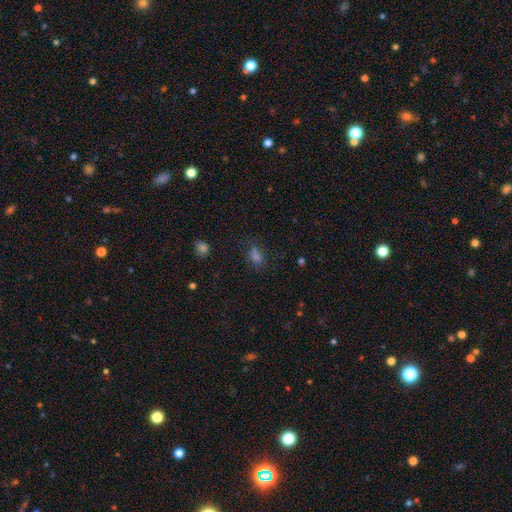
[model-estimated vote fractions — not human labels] The model was most divided on "smooth or featured": smooth: 63%, star or artifact: 27%, featured or disk: 10%. More confident: how rounded — in between (78%); merging — none (67%).